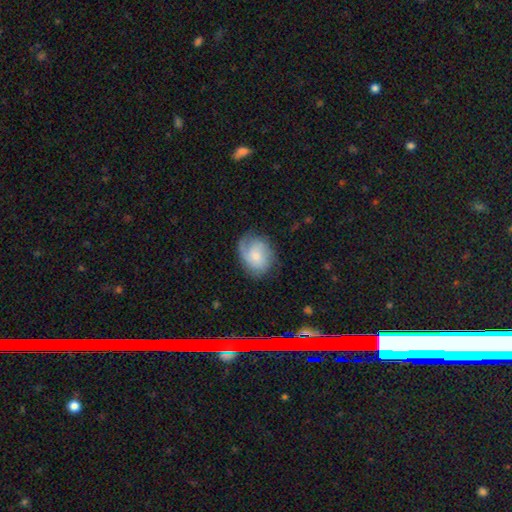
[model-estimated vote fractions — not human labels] Smooth or featured?
  - featured or disk: 55% *
  - smooth: 38%
  - star or artifact: 7%
Edge-on disk?
  - no: 97% *
  - yes: 3%
Bar?
  - no: 70% *
  - weak: 26%
  - strong: 4%
Spiral arms?
  - yes: 87% *
  - no: 13%
Bulge size?
  - small: 57% *
  - moderate: 34%
  - none: 4%
  - large: 3%
  - dominant: 1%
Merging?
  - none: 64% *
  - minor disturbance: 23%
  - major disturbance: 12%
  - merger: 1%